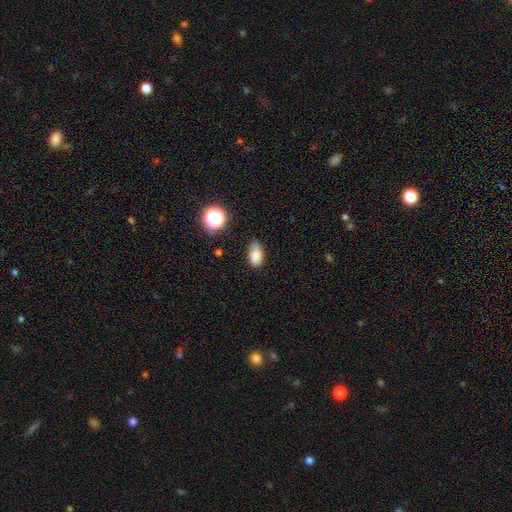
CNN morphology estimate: smooth_or_featured: smooth (p=0.81) [alt: star or artifact p=0.12]
how_rounded: in between (p=0.87) [alt: round p=0.11]
merging: none (p=0.55) [alt: minor disturbance p=0.34]